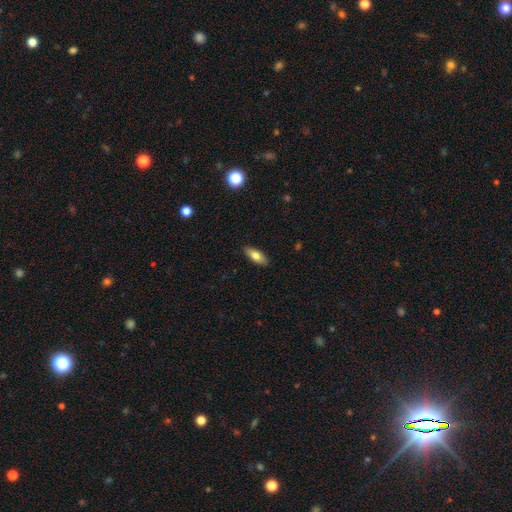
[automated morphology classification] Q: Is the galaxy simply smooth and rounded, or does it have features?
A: smooth — 77%.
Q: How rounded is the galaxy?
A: in between — 80%.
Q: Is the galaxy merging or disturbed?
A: none — 88%.